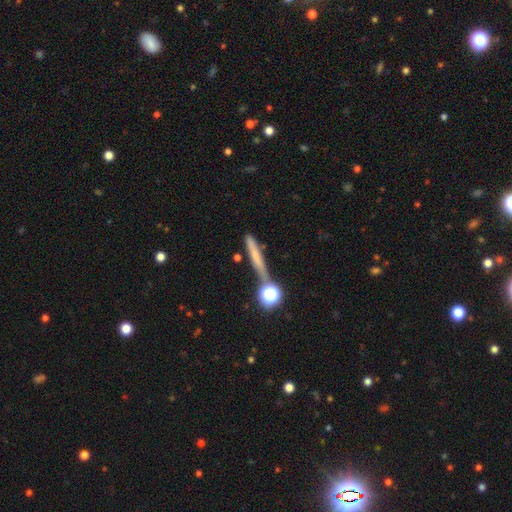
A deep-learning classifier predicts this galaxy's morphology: Q: Smooth or featured?
A: smooth (54%); runner-up: featured or disk (30%)
Q: How rounded?
A: cigar-shaped (81%); runner-up: round (11%)
Q: Merging?
A: none (68%); runner-up: minor disturbance (14%)